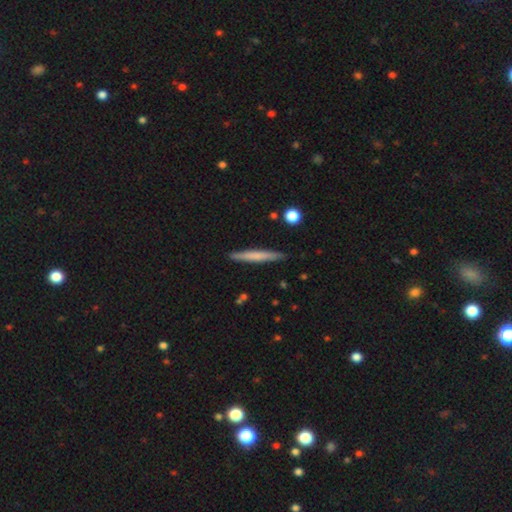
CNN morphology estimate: Smooth or featured? smooth (61%)
How rounded? cigar-shaped (96%)
Merging? none (90%)